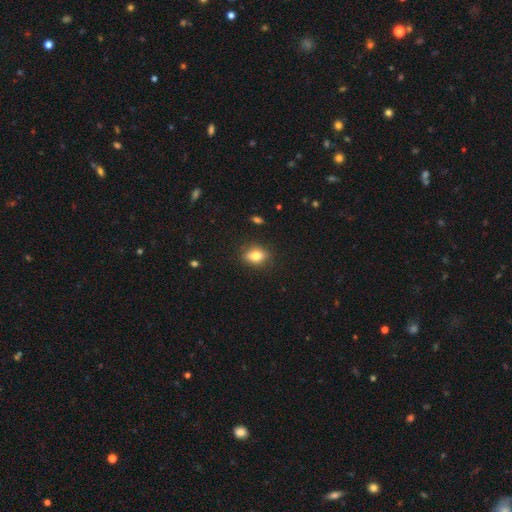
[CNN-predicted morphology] Smooth or featured? smooth (75%)
How rounded? in between (67%)
Merging? none (81%)